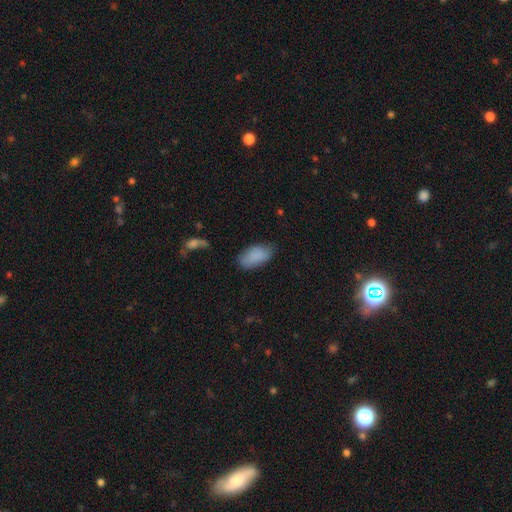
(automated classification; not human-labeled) A smooth galaxy with no disk features (86%) that is in between round and cigar-shaped (94%). Merging: none (69%).